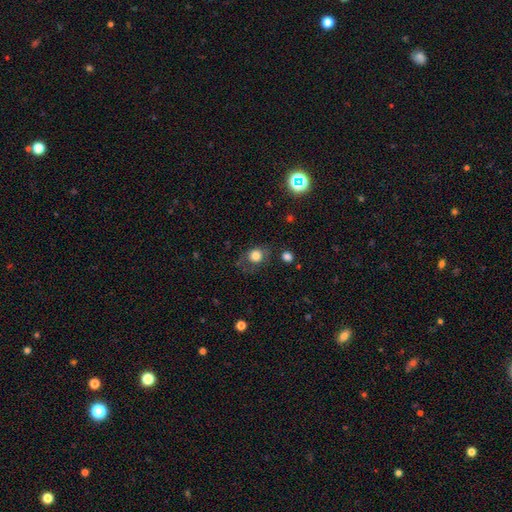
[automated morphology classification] Smooth or featured? Predicted: smooth (p=0.77). How rounded? Predicted: round (p=0.72). Merging? Predicted: none (p=0.63).